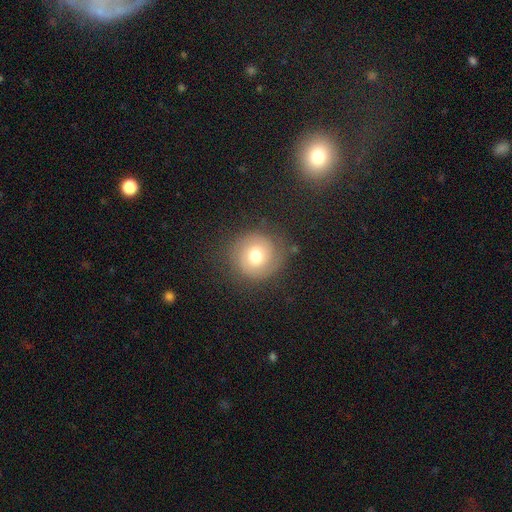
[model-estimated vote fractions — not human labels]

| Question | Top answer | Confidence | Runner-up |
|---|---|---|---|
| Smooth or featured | smooth | 52% | featured or disk (37%) |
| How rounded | round | 91% | in between (8%) |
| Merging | none | 78% | minor disturbance (13%) |